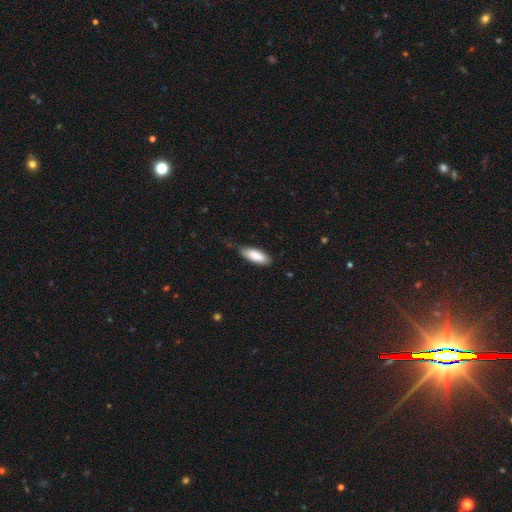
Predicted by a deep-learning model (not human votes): This is clearly a smooth galaxy (87%). How rounded: likely in between (76%). Merging: likely none (71%).